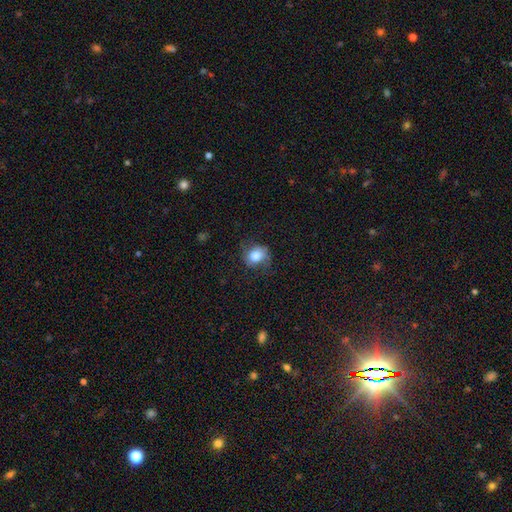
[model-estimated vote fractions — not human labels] smooth_or_featured: smooth (p=0.76) [alt: featured or disk p=0.15]
how_rounded: round (p=0.66) [alt: in between p=0.33]
merging: none (p=0.64) [alt: minor disturbance p=0.23]